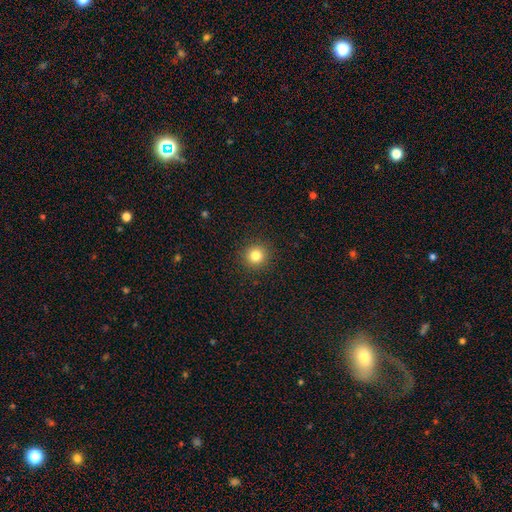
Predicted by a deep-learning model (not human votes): smooth_or_featured: smooth (p=0.82) [alt: star or artifact p=0.13]
how_rounded: round (p=0.94) [alt: in between p=0.05]
merging: none (p=0.92) [alt: minor disturbance p=0.05]